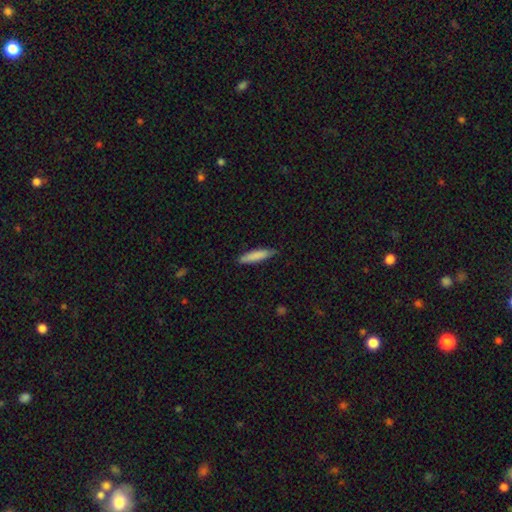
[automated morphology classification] A smooth galaxy with no disk features (84%) that is cigar-shaped (80%). Merging: none (80%).